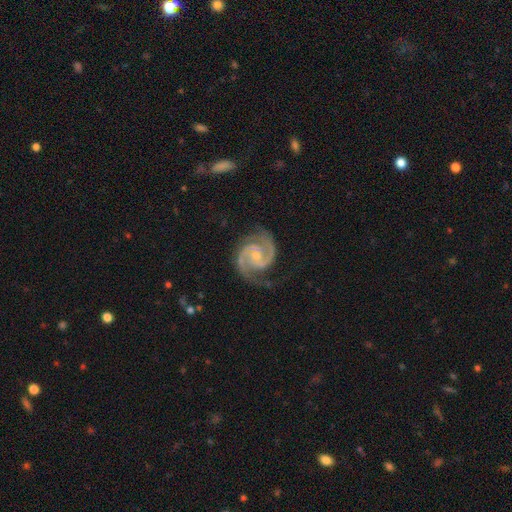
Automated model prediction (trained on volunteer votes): featured or disk 94%, star or artifact 4%, smooth 2%. Down the decision tree: edge-on disk — no (98%); bar — no (59%); spiral arms — yes (99%); spiral arm count — 2 (91%); spiral winding — medium (51%); bulge size — small (57%); merging — none (75%).